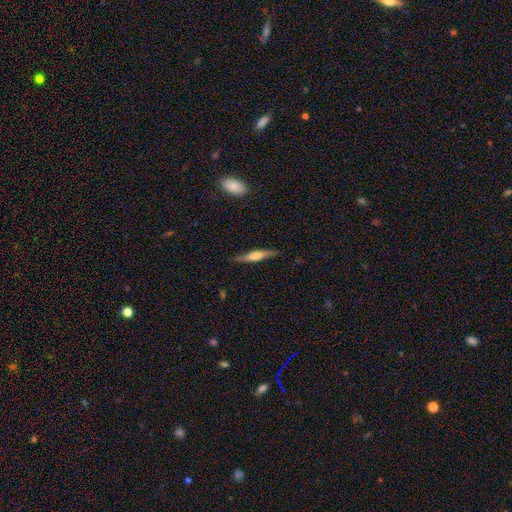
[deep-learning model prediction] smooth-or-featured: featured or disk: 57% | smooth: 37% | star or artifact: 6%
  disk-edge-on: yes: 93% | no: 7%
    edge-on-bulge: rounded: 68% | boxy: 22% | none: 9%
  merging: none: 83% | minor disturbance: 13% | major disturbance: 2% | merger: 1%